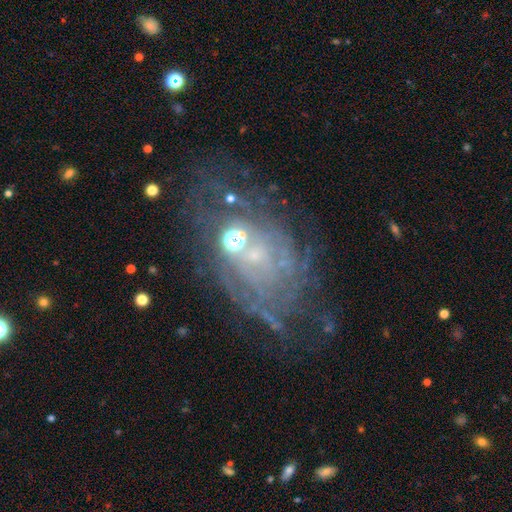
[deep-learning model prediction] The model was most divided on "bulge size": small: 56%, moderate: 24%, none: 14%, large: 4%, dominant: 2%. More confident: edge-on disk — no (96%); bar — no (76%); smooth or featured — featured or disk (69%); spiral arms — yes (69%); merging — none (56%).